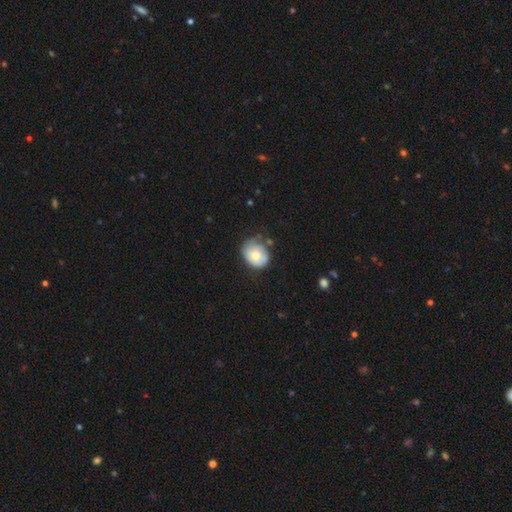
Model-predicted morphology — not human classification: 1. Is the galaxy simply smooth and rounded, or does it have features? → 72% smooth, 20% featured or disk, 7% star or artifact.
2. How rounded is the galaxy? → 50% in between, 49% round, 1% cigar-shaped.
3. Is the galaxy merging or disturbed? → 53% none, 33% minor disturbance, 9% major disturbance, 5% merger.